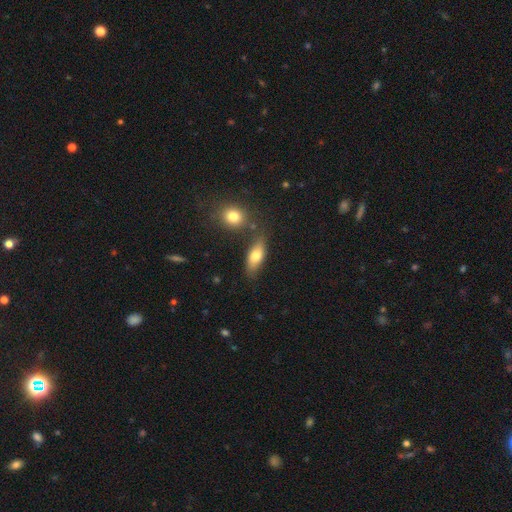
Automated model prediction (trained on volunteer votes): Overall: smooth (74%). How rounded: in between (76%). Merging: none (70%).